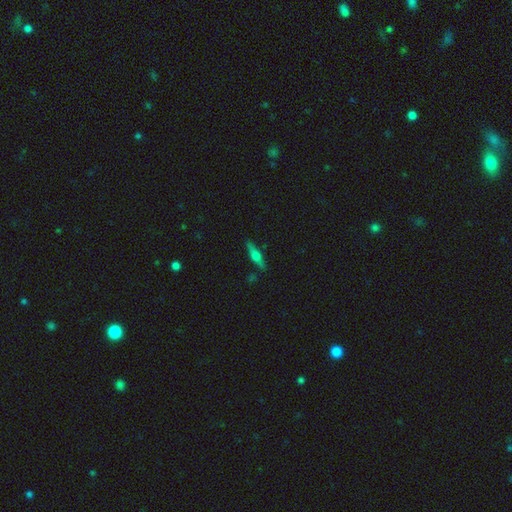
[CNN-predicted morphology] type=featured or disk (58%); edge-on=yes (96%); edge-on bulge=rounded (90%); merging=none (87%).